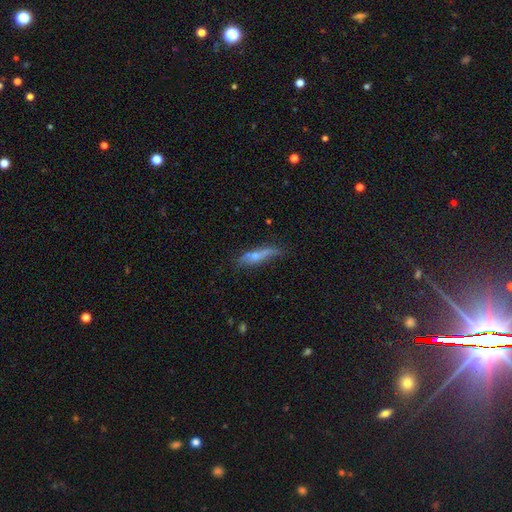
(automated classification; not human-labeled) This appears to be a featured or disk galaxy (49%). Merging: none (57%).